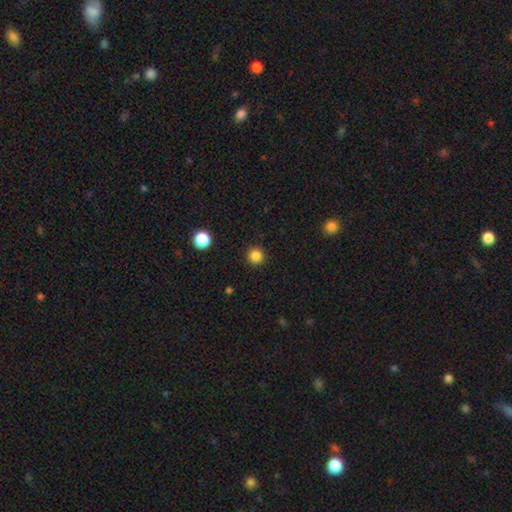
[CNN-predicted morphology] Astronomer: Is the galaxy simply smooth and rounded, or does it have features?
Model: smooth — 84%.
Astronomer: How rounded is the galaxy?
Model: round — 95%.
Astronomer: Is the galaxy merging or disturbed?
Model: none — 92%.